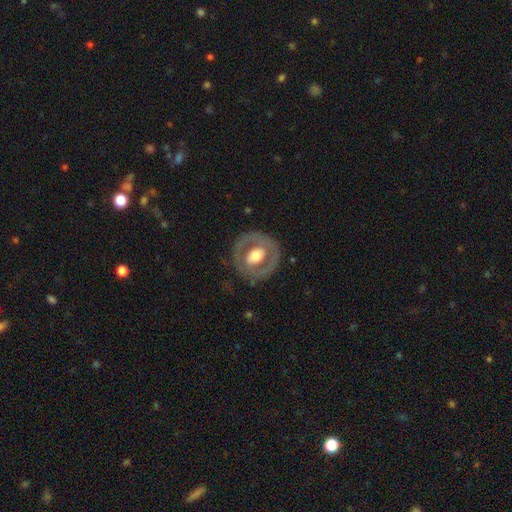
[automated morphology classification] smooth_or_featured: featured or disk (p=0.60) [alt: smooth p=0.35]
disk_edge_on: no (p=0.95) [alt: yes p=0.05]
bar: no (p=0.61) [alt: weak p=0.25]
has_spiral_arms: no (p=0.78) [alt: yes p=0.22]
bulge_size: moderate (p=0.54) [alt: large p=0.35]
merging: none (p=0.77) [alt: minor disturbance p=0.14]